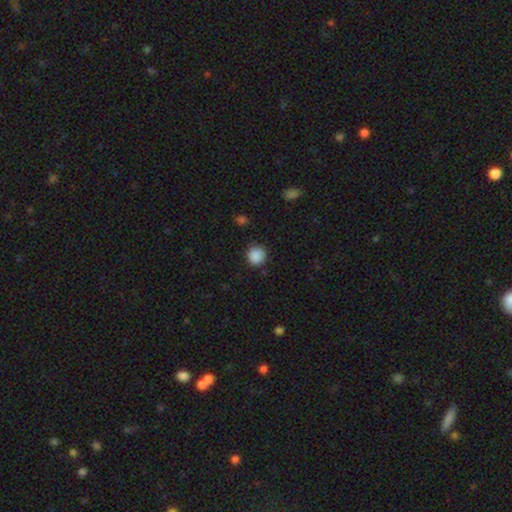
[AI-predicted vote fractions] This appears to be a smooth galaxy with no disk features (88%) that is round (93%). Merging: none (87%).